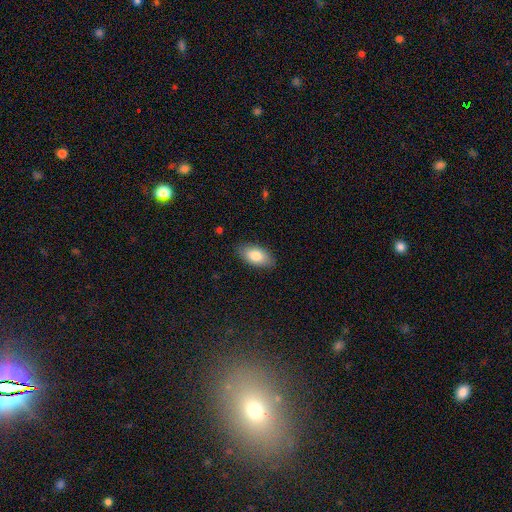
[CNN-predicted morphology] Overall: smooth (81%). How rounded: in between (92%). Merging: none (86%).